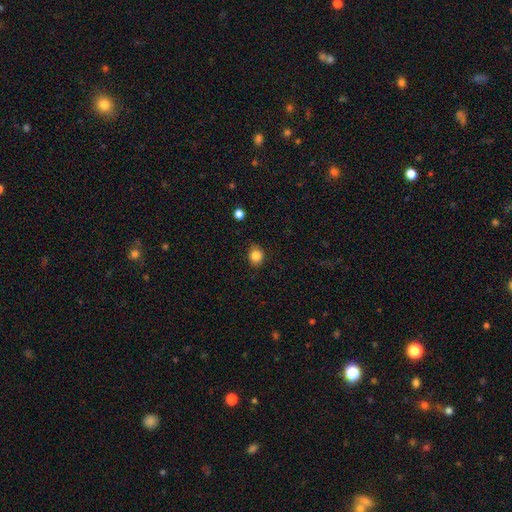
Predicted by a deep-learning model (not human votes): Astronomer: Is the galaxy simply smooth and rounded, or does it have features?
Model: smooth — 84%.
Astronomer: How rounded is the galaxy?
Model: round — 70%.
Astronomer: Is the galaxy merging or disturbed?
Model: none — 84%.